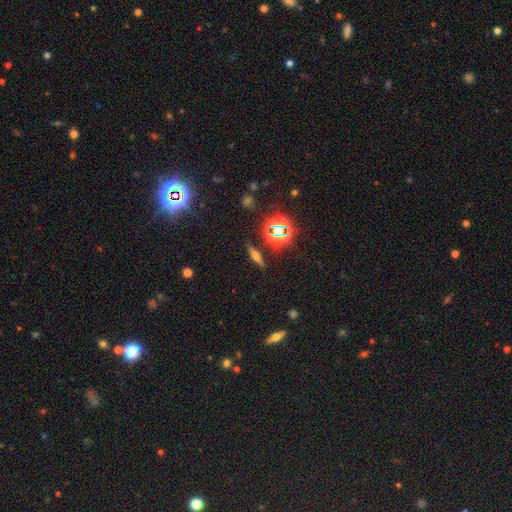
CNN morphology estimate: smooth_or_featured: smooth (p=0.39) [alt: featured or disk p=0.36]
merging: none (p=0.85) [alt: minor disturbance p=0.09]